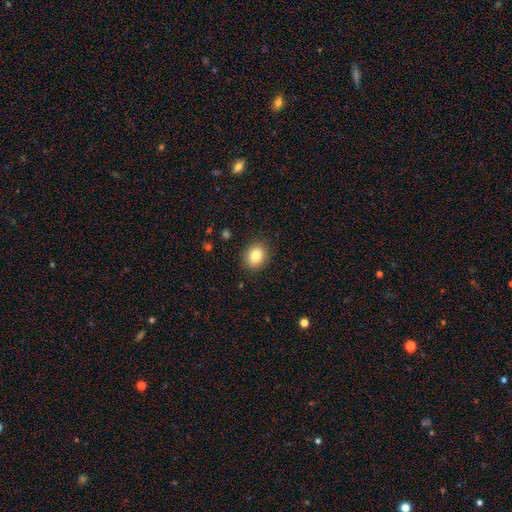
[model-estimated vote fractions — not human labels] This appears to be a smooth galaxy with no disk features (84%) that is round (56%). Merging: none (88%).